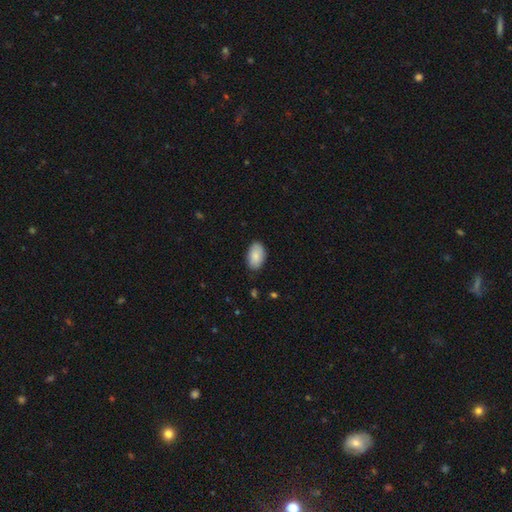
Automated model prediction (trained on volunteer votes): Smooth or featured? Predicted: smooth (p=0.86). How rounded? Predicted: in between (p=0.94). Merging? Predicted: none (p=0.84).